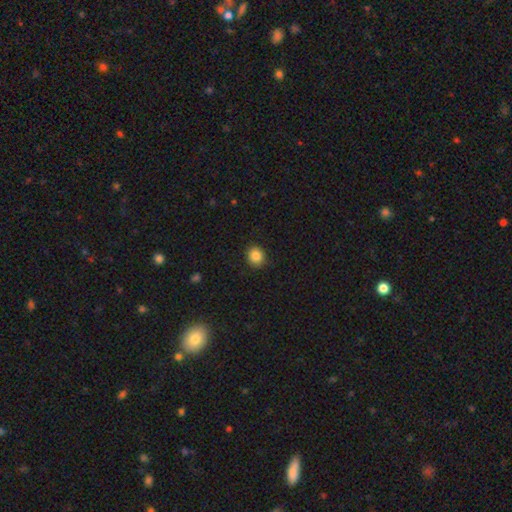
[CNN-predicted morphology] smooth 86%, star or artifact 10%, featured or disk 4%. Down the decision tree: how rounded — round (76%); merging — none (89%).